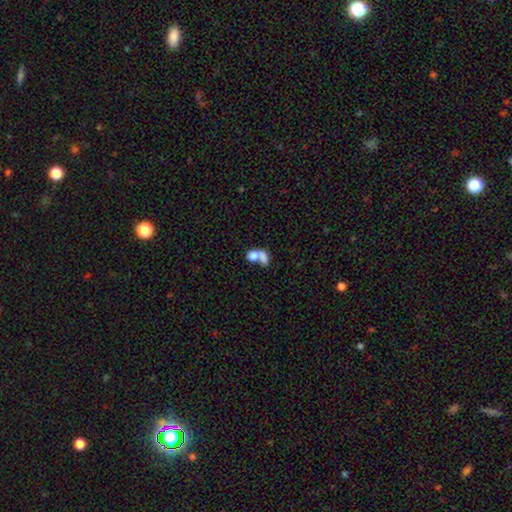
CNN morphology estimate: Smooth or featured?
  - smooth: 74% *
  - featured or disk: 16%
  - star or artifact: 9%
How rounded?
  - in between: 70% *
  - round: 28%
  - cigar-shaped: 3%
Merging?
  - merger: 70% *
  - none: 17%
  - major disturbance: 7%
  - minor disturbance: 6%